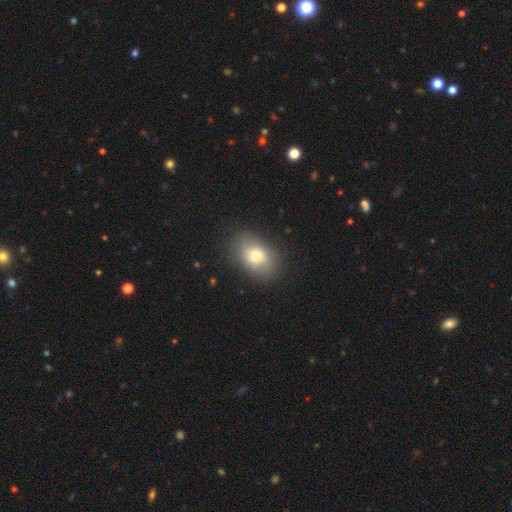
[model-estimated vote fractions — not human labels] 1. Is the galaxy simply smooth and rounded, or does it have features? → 75% smooth, 17% featured or disk, 8% star or artifact.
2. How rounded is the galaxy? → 81% in between, 17% round, 2% cigar-shaped.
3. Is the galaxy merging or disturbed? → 80% none, 14% minor disturbance, 4% major disturbance, 1% merger.